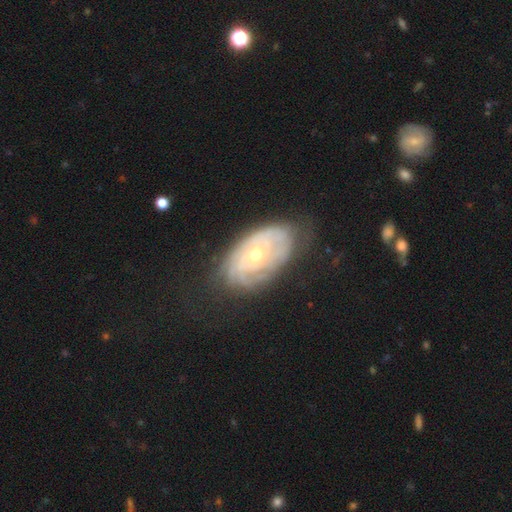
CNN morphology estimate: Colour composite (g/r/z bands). It shows a featured or disk galaxy (78%) with no bar (74%), tight (73%) spiral arms (85%) and a moderate central bulge (53%). Merging: none (66%).